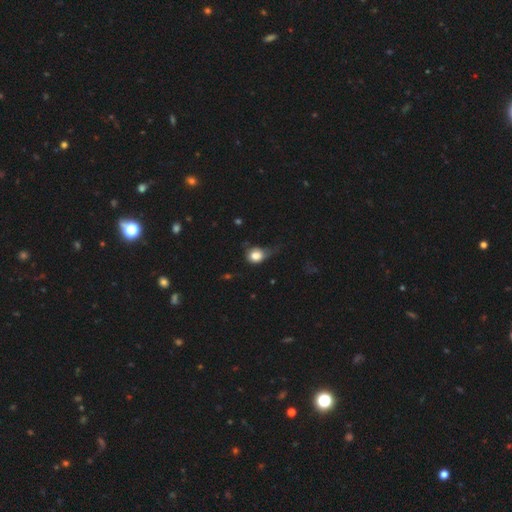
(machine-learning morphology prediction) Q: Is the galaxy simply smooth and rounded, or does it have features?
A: smooth — 79%.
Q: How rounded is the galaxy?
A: round — 70%.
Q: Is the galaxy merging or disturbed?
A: minor disturbance — 38%.